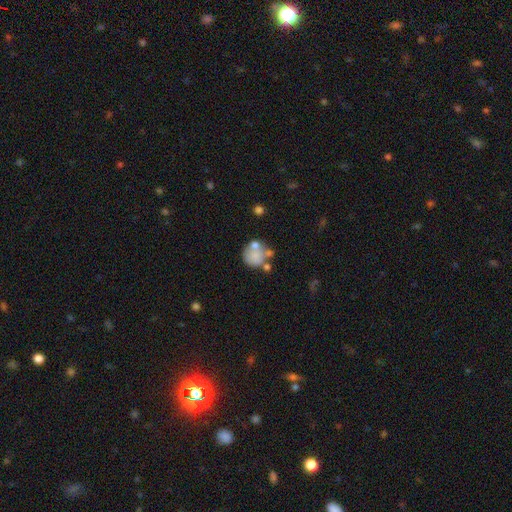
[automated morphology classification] Smooth or featured?
  - smooth: 68% *
  - featured or disk: 22%
  - star or artifact: 11%
How rounded?
  - round: 83% *
  - in between: 16%
  - cigar-shaped: 1%
Merging?
  - none: 46% *
  - merger: 23%
  - minor disturbance: 18%
  - major disturbance: 12%